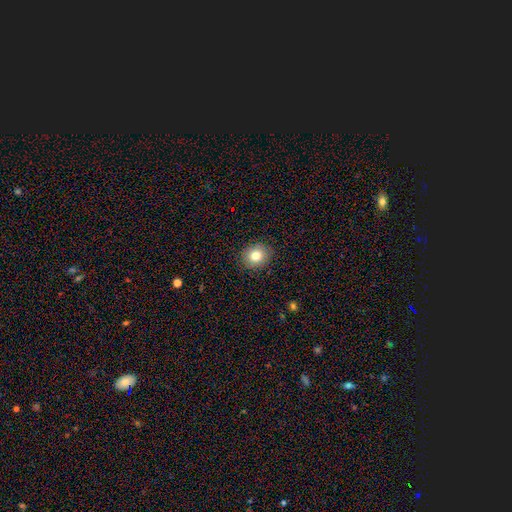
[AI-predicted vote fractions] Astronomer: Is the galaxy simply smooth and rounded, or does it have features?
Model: smooth — 80%.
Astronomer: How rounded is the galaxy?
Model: round — 69%.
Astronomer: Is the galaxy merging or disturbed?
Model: none — 88%.